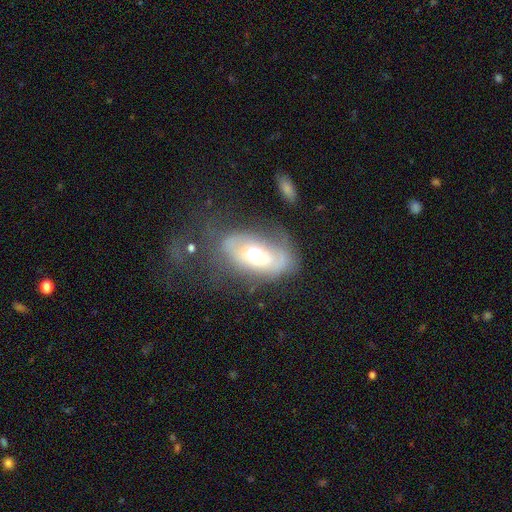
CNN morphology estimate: Smooth or featured?
  - featured or disk: 56% *
  - smooth: 36%
  - star or artifact: 8%
Edge-on disk?
  - no: 89% *
  - yes: 11%
Merging?
  - none: 35% *
  - major disturbance: 34%
  - minor disturbance: 25%
  - merger: 5%